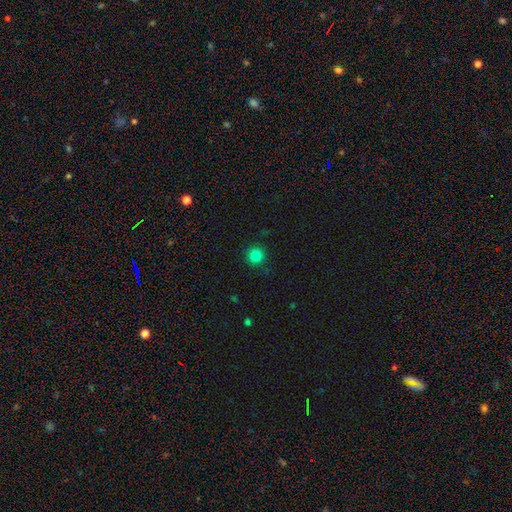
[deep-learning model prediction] This is clearly a smooth galaxy (83%). How rounded: clearly round (95%). Merging: clearly none (91%).